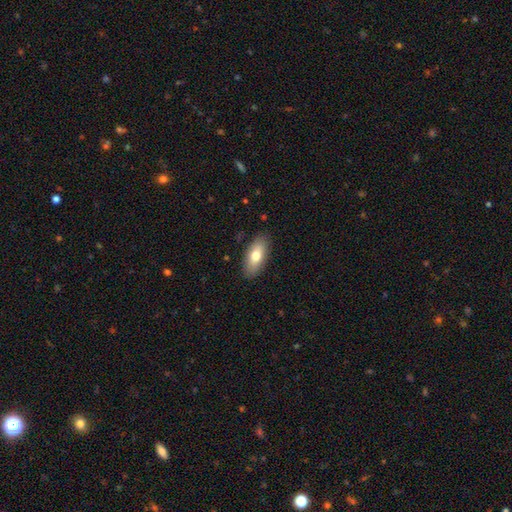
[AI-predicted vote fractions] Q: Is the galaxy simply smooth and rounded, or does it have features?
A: smooth — 73%.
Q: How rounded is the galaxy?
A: in between — 86%.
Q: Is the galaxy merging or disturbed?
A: none — 86%.